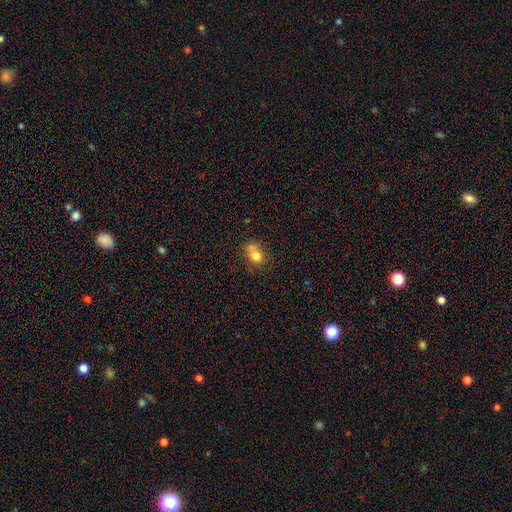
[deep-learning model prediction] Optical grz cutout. It shows a smooth galaxy with no disk features (75%) that is in between round and cigar-shaped (50%). Merging: none (39%).